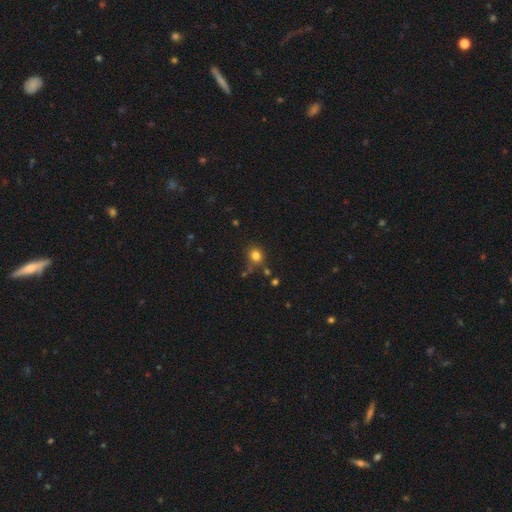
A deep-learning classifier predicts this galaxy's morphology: A smooth galaxy with no disk features (80%) that is round (78%). Merging: none (73%).